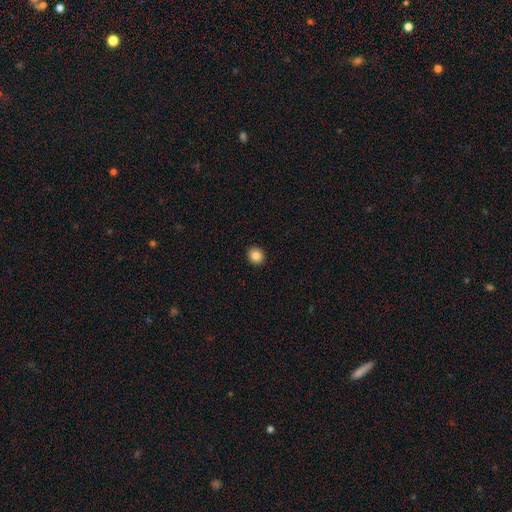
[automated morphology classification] Smooth or featured? Predicted: smooth (p=0.85). How rounded? Predicted: round (p=0.74). Merging? Predicted: none (p=0.92).